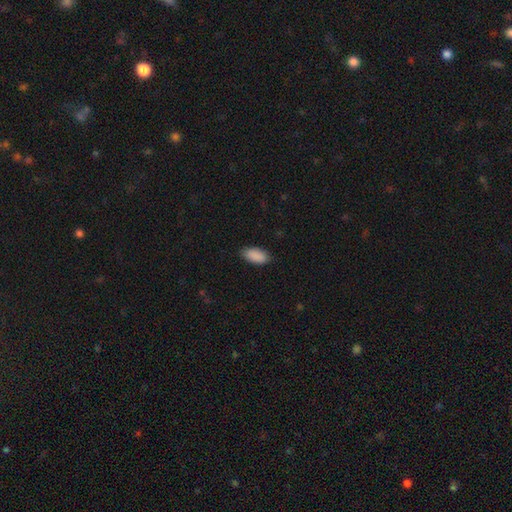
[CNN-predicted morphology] Q: Smooth or featured?
A: smooth (91%); runner-up: star or artifact (6%)
Q: How rounded?
A: in between (92%); runner-up: cigar-shaped (5%)
Q: Merging?
A: none (85%); runner-up: minor disturbance (12%)